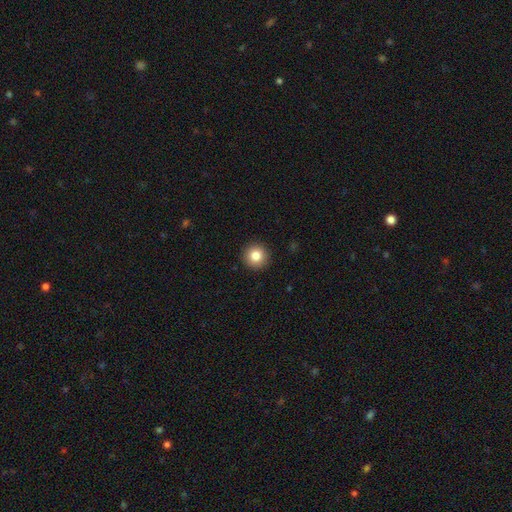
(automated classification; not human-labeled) Q: Smooth or featured?
A: smooth (83%); runner-up: star or artifact (10%)
Q: How rounded?
A: round (96%); runner-up: in between (3%)
Q: Merging?
A: none (93%); runner-up: minor disturbance (4%)